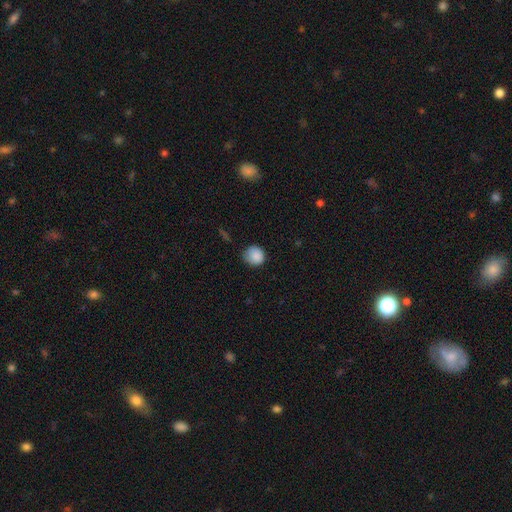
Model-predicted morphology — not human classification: Q: Smooth or featured?
A: smooth (88%); runner-up: star or artifact (8%)
Q: How rounded?
A: round (87%); runner-up: in between (12%)
Q: Merging?
A: none (75%); runner-up: minor disturbance (20%)